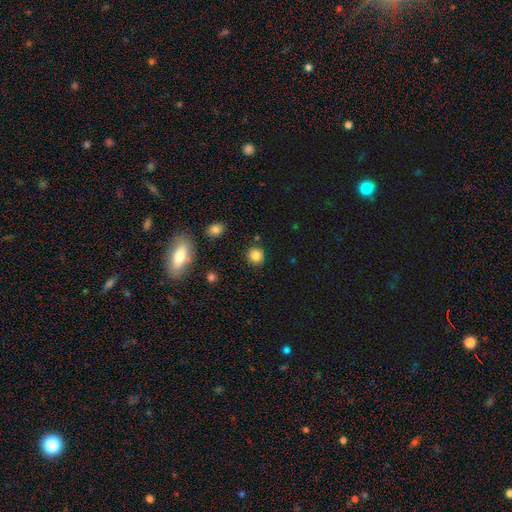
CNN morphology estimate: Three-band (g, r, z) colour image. It shows a smooth galaxy with no disk features (83%) that is round (89%). Merging: none (88%).